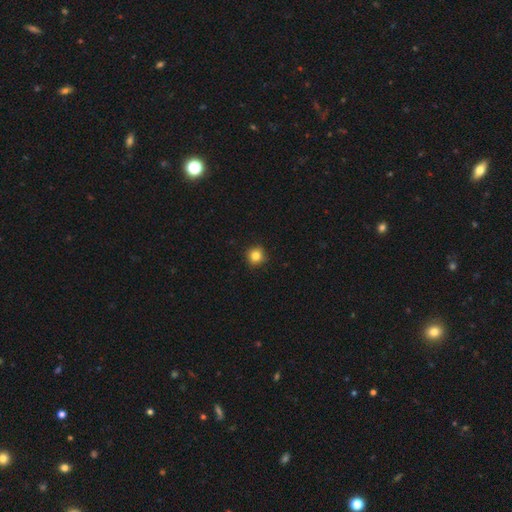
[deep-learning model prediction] smooth 84%, star or artifact 11%, featured or disk 5%. Down the decision tree: how rounded — round (94%); merging — none (92%).